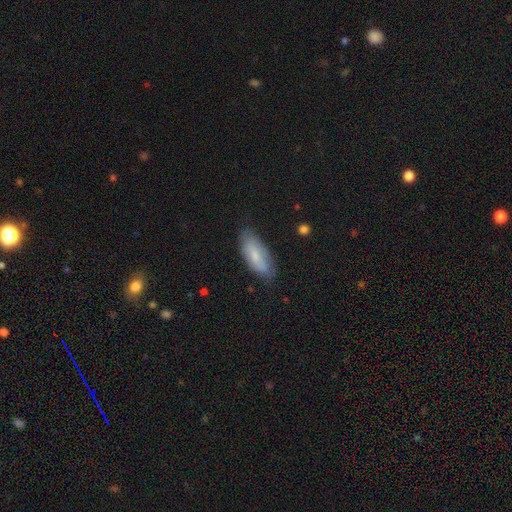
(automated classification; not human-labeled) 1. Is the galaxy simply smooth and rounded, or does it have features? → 69% smooth, 25% featured or disk, 6% star or artifact.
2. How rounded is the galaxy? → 80% in between, 18% cigar-shaped, 2% round.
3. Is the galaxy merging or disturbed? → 72% none, 22% minor disturbance, 4% major disturbance, 1% merger.